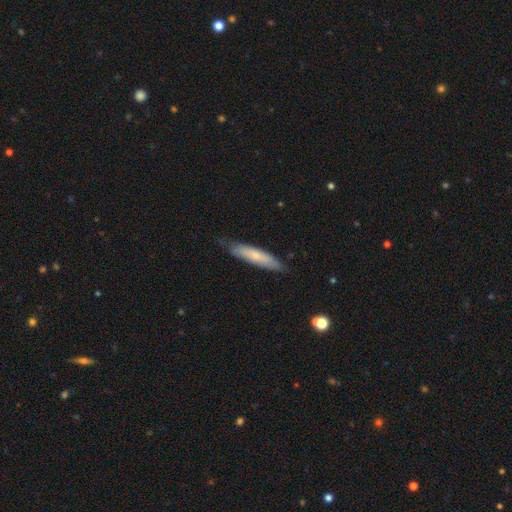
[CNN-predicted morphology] type=smooth (62%); roundness=cigar-shaped (81%); merging=none (76%).